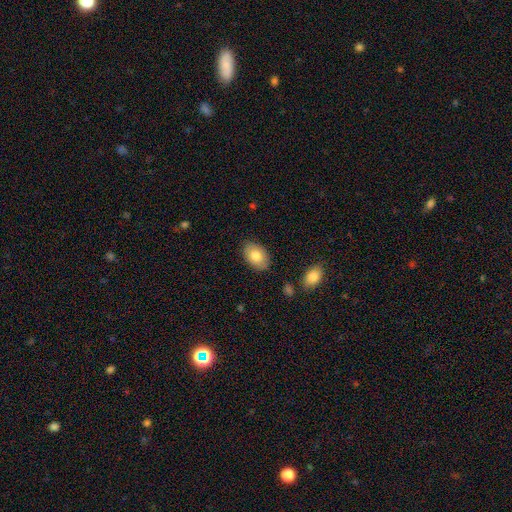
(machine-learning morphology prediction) type=smooth (81%); roundness=in between (89%); merging=none (86%).